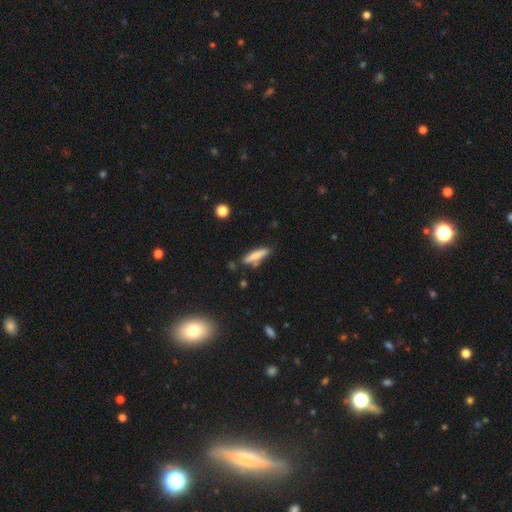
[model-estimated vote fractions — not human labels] This appears to be a smooth galaxy with no disk features (75%) that is cigar-shaped (80%). Merging: none (76%).